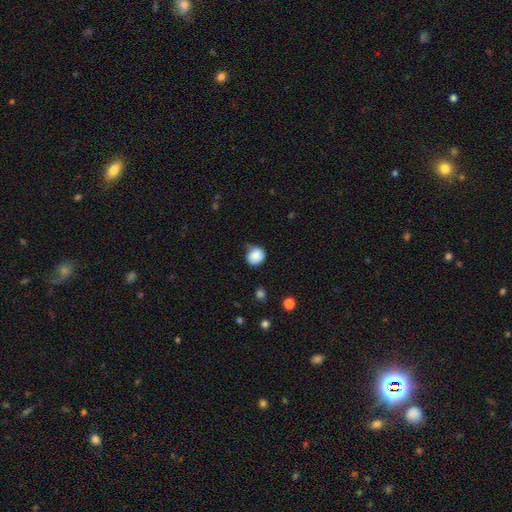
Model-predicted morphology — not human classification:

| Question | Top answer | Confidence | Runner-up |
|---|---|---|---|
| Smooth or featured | smooth | 82% | featured or disk (10%) |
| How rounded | round | 79% | in between (20%) |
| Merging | none | 52% | minor disturbance (35%) |